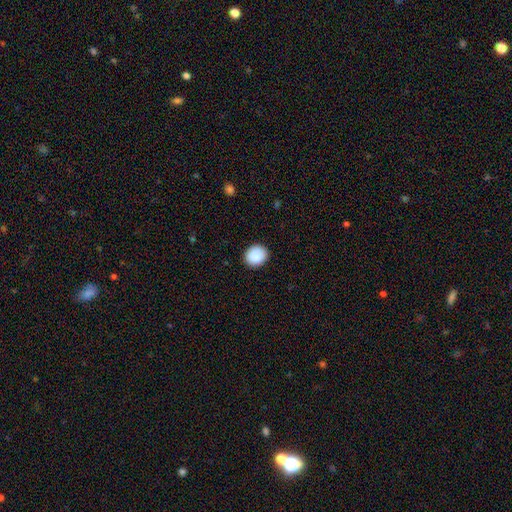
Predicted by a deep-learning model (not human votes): Smooth or featured: smooth — 89% (star or artifact — 7%)
How rounded: round — 76% (in between — 23%)
Merging: none — 90% (minor disturbance — 8%)